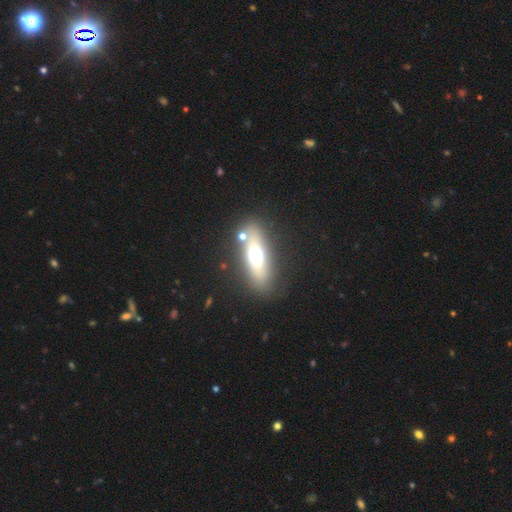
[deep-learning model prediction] Smooth or featured? smooth (50%)
Merging? none (78%)